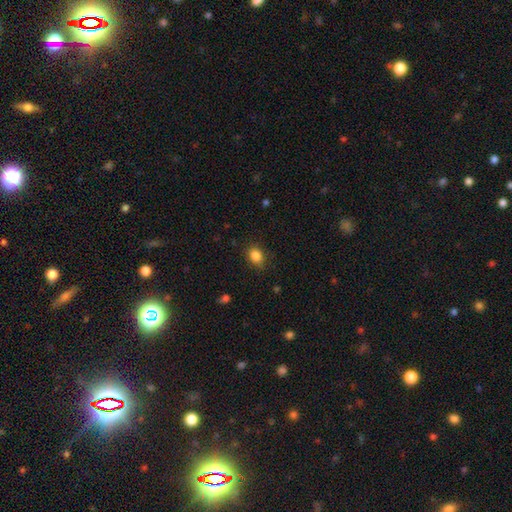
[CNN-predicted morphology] A smooth galaxy with no disk features (85%) that is in between round and cigar-shaped (57%).

Vote fractions:
- Smooth or featured? smooth: 85% / star or artifact: 10% / featured or disk: 5%
- How rounded? in between: 57% / round: 42% / cigar-shaped: 1%
- Merging? none: 80% / minor disturbance: 15% / major disturbance: 3% / merger: 1%